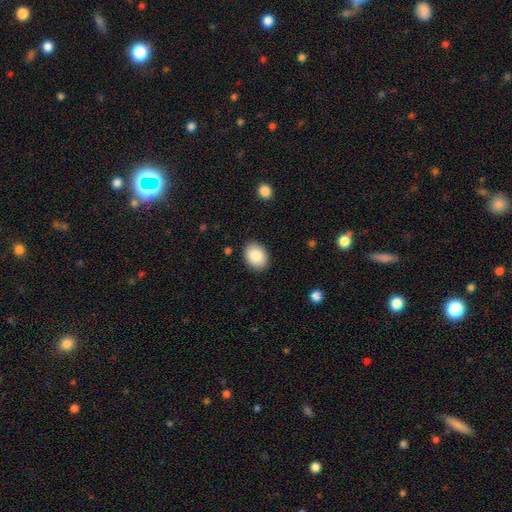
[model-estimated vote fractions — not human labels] Smooth or featured?
  - smooth: 86% *
  - star or artifact: 7%
  - featured or disk: 7%
How rounded?
  - in between: 64% *
  - round: 35%
  - cigar-shaped: 1%
Merging?
  - none: 89% *
  - minor disturbance: 8%
  - major disturbance: 2%
  - merger: 1%